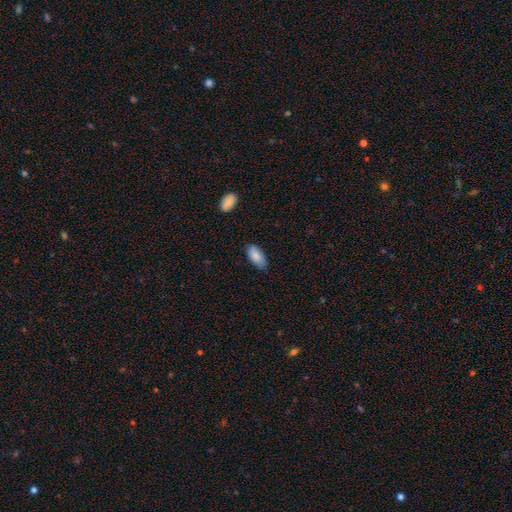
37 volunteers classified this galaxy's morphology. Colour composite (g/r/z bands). It shows a smooth galaxy with no disk features (84%) that is in between round and cigar-shaped (87%). Merging: none (67%).